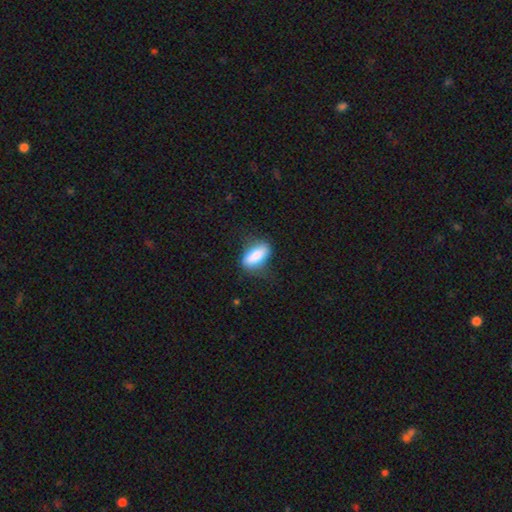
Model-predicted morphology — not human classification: Smooth or featured: smooth — 80% (featured or disk — 14%)
How rounded: in between — 79% (cigar-shaped — 18%)
Merging: none — 67% (minor disturbance — 23%)